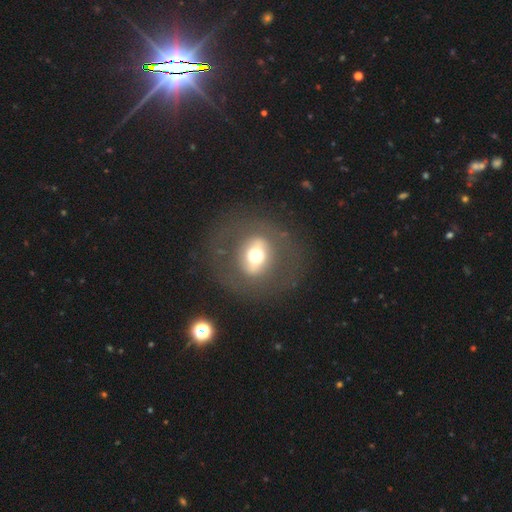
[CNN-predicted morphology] Q: Smooth or featured?
A: featured or disk (45%); runner-up: smooth (44%)
Q: Merging?
A: none (77%); runner-up: major disturbance (11%)